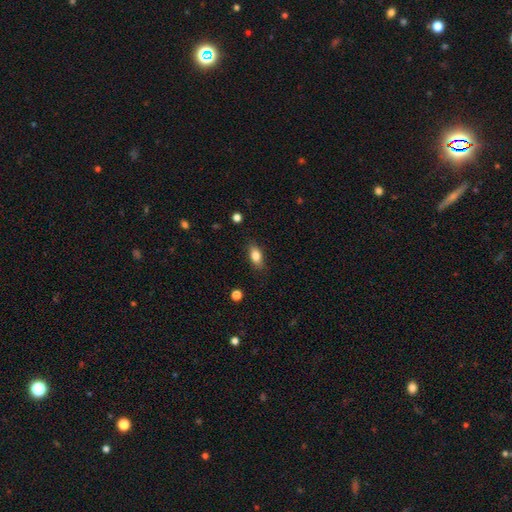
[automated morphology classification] This appears to be a smooth galaxy with no disk features (83%) that is in between round and cigar-shaped (85%). Merging: none (84%).